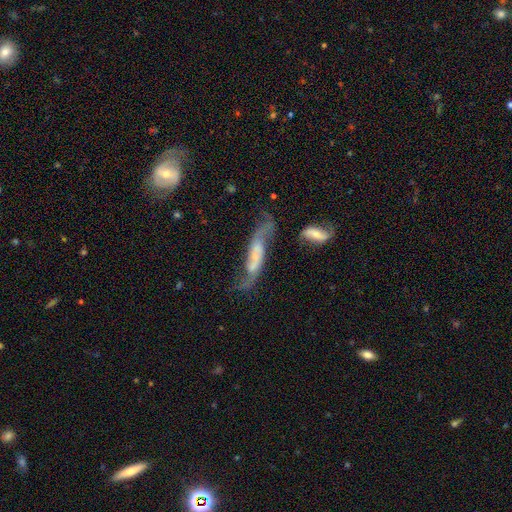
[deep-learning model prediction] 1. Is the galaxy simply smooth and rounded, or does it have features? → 75% featured or disk, 17% smooth, 8% star or artifact.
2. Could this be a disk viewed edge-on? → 76% no, 24% yes.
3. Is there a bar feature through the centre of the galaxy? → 40% no, 37% weak, 23% strong.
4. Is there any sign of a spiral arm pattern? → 89% yes, 11% no.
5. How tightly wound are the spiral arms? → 68% loose, 23% medium, 9% tight.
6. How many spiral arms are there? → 88% 2, 6% can't tell, 3% 1, 1% 3, 1% 4, 1% more than 4.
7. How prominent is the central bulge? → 41% small, 31% none, 21% moderate, 5% large, 2% dominant.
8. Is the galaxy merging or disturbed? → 48% none, 21% minor disturbance, 18% major disturbance, 12% merger.